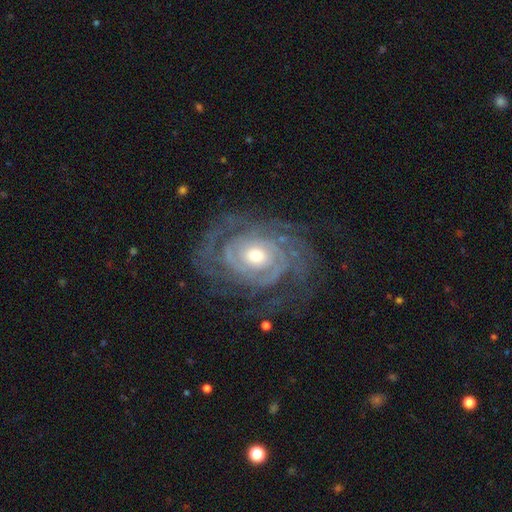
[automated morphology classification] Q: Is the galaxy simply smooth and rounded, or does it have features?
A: featured or disk — 90%.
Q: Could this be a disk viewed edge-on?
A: no — 97%.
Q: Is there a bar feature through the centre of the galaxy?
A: no — 72%.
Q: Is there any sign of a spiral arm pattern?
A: yes — 96%.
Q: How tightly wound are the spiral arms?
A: tight — 77%.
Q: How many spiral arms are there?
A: can't tell — 29%.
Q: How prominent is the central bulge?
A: moderate — 62%.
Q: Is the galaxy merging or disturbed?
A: none — 72%.